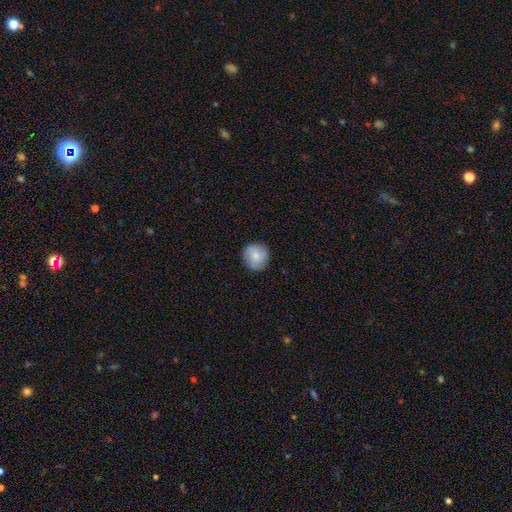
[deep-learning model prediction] This appears to be a smooth galaxy with no disk features (71%) that is round (92%). Merging: none (85%).